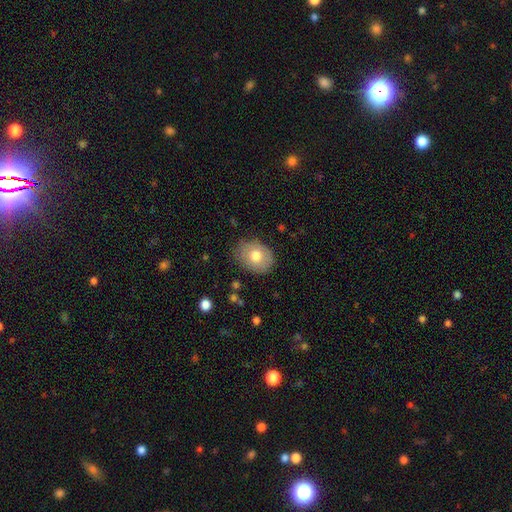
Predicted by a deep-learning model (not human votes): A smooth galaxy with no disk features (74%) that is in between round and cigar-shaped (62%). Merging: none (78%).